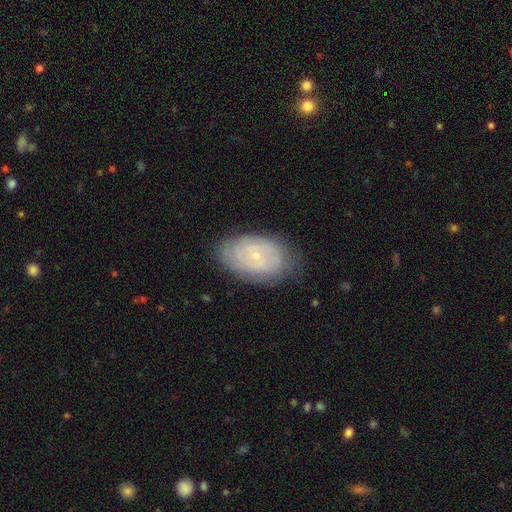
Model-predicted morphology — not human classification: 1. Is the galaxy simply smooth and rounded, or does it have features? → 62% featured or disk, 30% smooth, 8% star or artifact.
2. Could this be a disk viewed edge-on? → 95% no, 5% yes.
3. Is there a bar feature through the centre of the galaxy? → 76% no, 20% weak, 4% strong.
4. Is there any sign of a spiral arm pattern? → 75% yes, 25% no.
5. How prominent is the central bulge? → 84% small, 12% moderate, 2% none, 1% large, 1% dominant.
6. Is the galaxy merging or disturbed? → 78% none, 16% minor disturbance, 4% major disturbance, 1% merger.